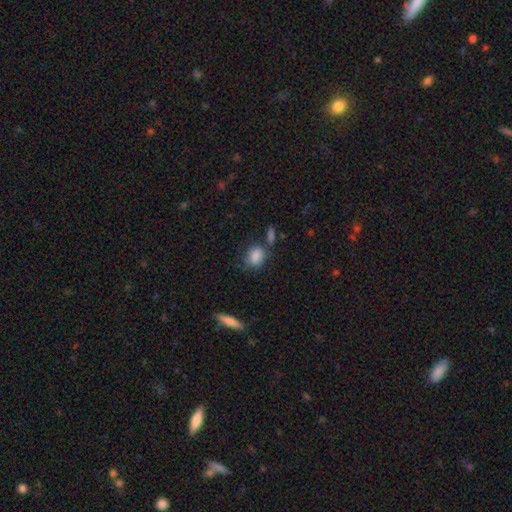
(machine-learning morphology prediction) smooth_or_featured: smooth (p=0.85) [alt: star or artifact p=0.09]
how_rounded: in between (p=0.71) [alt: round p=0.26]
merging: none (p=0.57) [alt: minor disturbance p=0.21]